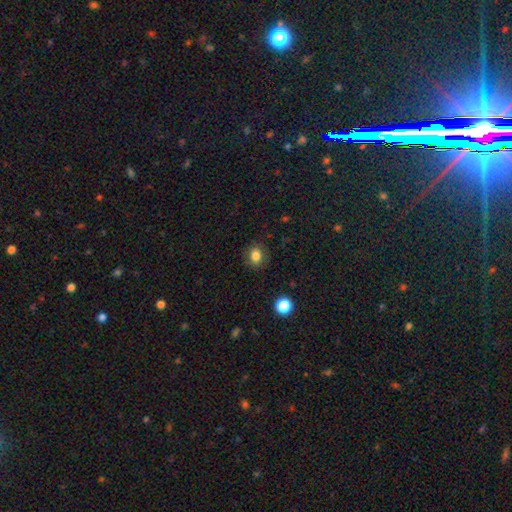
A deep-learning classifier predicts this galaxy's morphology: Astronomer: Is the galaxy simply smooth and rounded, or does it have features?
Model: smooth — 82%.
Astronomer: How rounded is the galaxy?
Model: round — 52% (runner-up: in between, 47%).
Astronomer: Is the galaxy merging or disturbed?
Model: none — 85%.